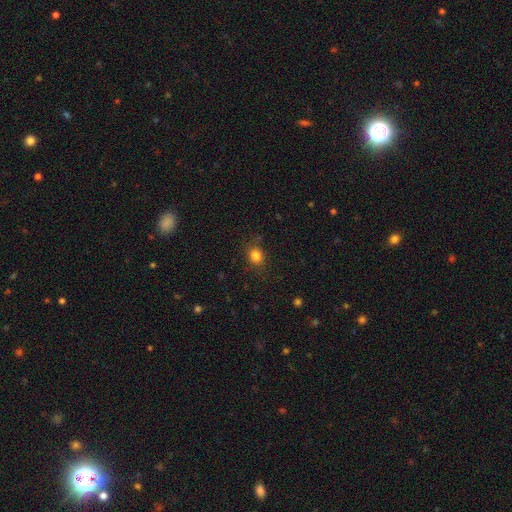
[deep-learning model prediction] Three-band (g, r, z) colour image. It shows a smooth galaxy with no disk features (82%) that is round (67%). Merging: none (83%).